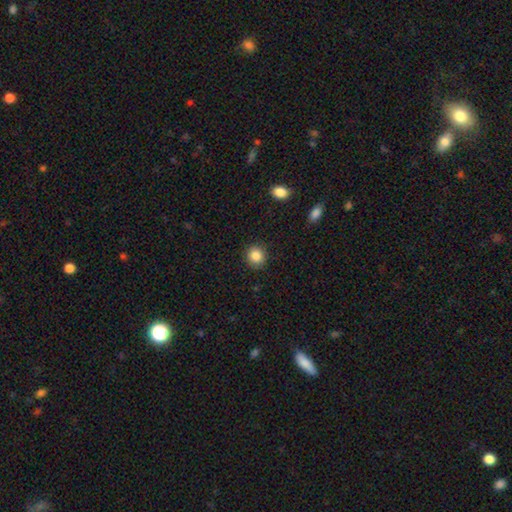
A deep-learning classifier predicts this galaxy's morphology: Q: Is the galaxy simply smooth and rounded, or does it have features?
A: smooth — 86%.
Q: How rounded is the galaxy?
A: round — 88%.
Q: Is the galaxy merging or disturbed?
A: none — 90%.